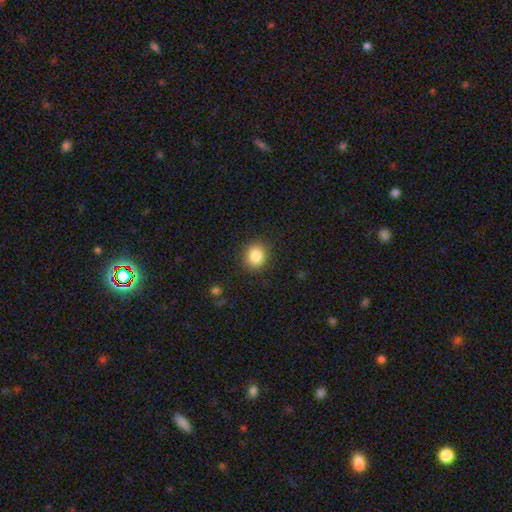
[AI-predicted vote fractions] smooth 84%, star or artifact 10%, featured or disk 6%. Down the decision tree: how rounded — round (75%); merging — none (89%).